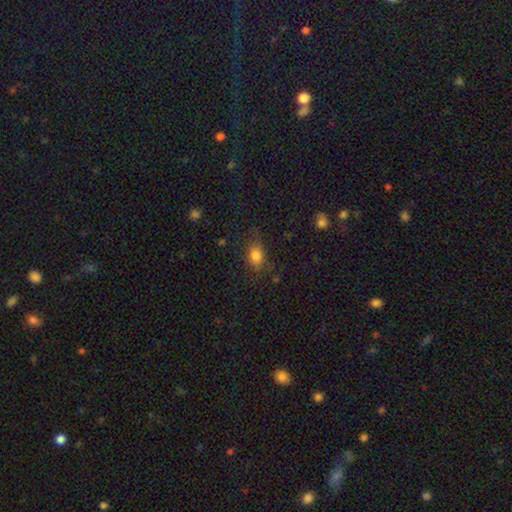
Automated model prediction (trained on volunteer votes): A smooth galaxy with no disk features (79%) that is in between round and cigar-shaped (69%). Merging: none (71%).